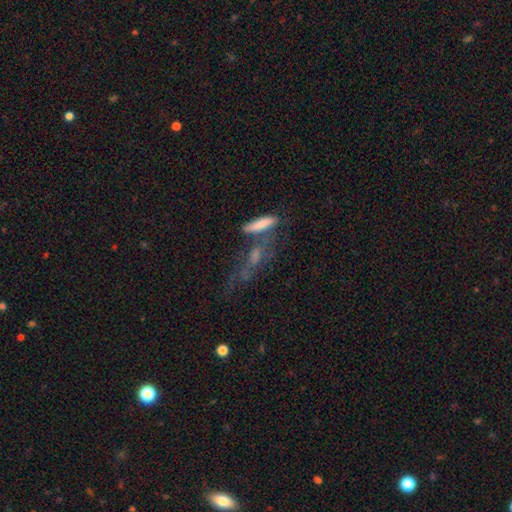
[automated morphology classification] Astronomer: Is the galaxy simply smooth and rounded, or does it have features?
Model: featured or disk — 41% (runner-up: smooth, 38%).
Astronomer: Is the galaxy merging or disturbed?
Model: none — 37% (runner-up: merger, 34%).